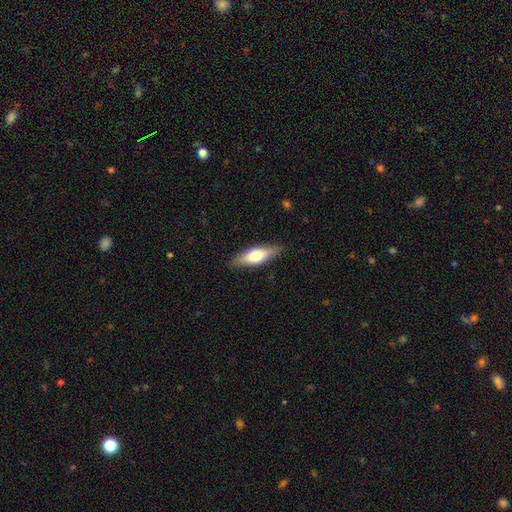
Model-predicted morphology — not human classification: The model was most divided on "how rounded": in between: 53%, cigar-shaped: 45%, round: 3%. More confident: merging — none (87%); smooth or featured — smooth (56%).